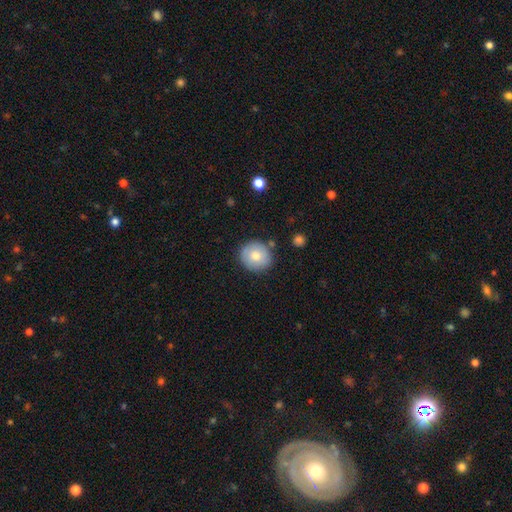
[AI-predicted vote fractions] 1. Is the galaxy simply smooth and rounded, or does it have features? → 73% smooth, 19% featured or disk, 8% star or artifact.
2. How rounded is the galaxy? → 88% round, 11% in between, 1% cigar-shaped.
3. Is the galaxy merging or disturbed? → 84% none, 11% minor disturbance, 3% merger, 3% major disturbance.